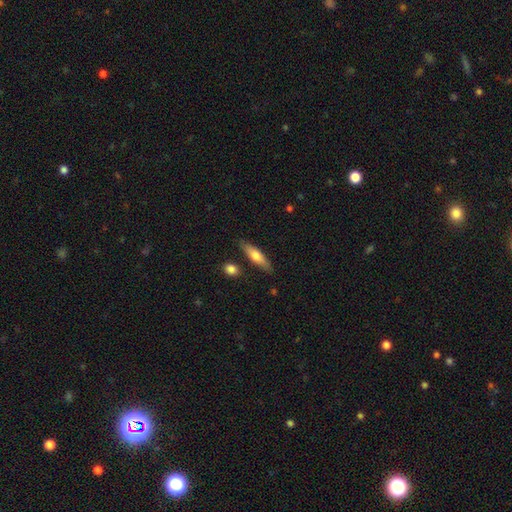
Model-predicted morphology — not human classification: Q: Smooth or featured?
A: smooth (61%); runner-up: featured or disk (33%)
Q: How rounded?
A: cigar-shaped (70%); runner-up: in between (28%)
Q: Merging?
A: none (83%); runner-up: minor disturbance (11%)